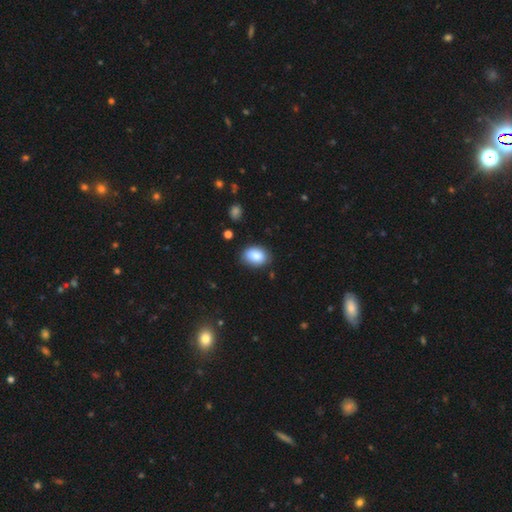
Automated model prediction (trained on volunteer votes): Smooth or featured? Predicted: smooth (p=0.86). How rounded? Predicted: in between (p=0.78). Merging? Predicted: none (p=0.82).